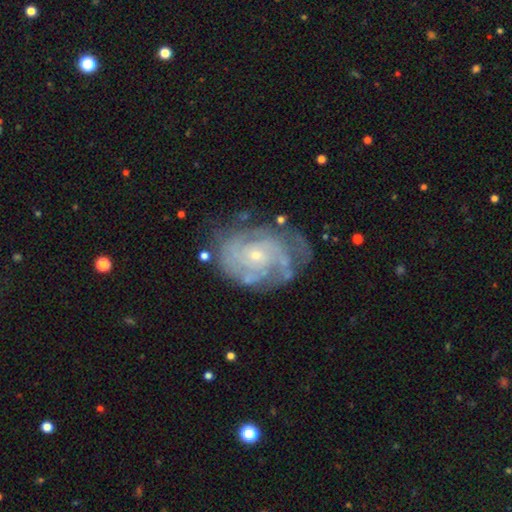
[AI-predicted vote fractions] featured or disk 86%, smooth 8%, star or artifact 6%. Down the decision tree: edge-on disk — no (97%); bar — no (77%); spiral arms — yes (94%); spiral arm count — can't tell (35%); spiral winding — tight (68%); bulge size — small (78%); merging — none (65%).